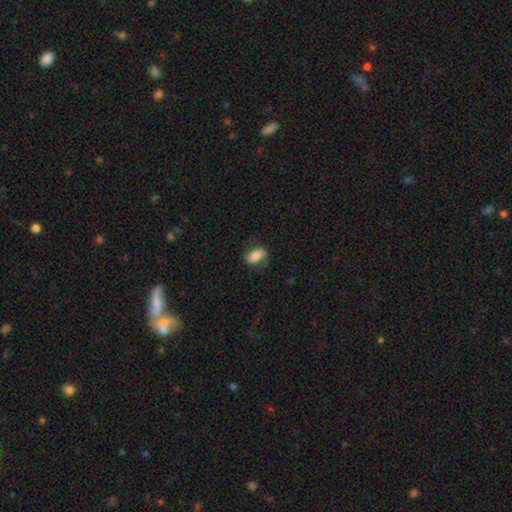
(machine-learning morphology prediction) smooth-or-featured: smooth: 66% | featured or disk: 26% | star or artifact: 8%
  how-rounded: in between: 87% | round: 10% | cigar-shaped: 3%
  merging: none: 64% | minor disturbance: 23% | major disturbance: 11% | merger: 1%